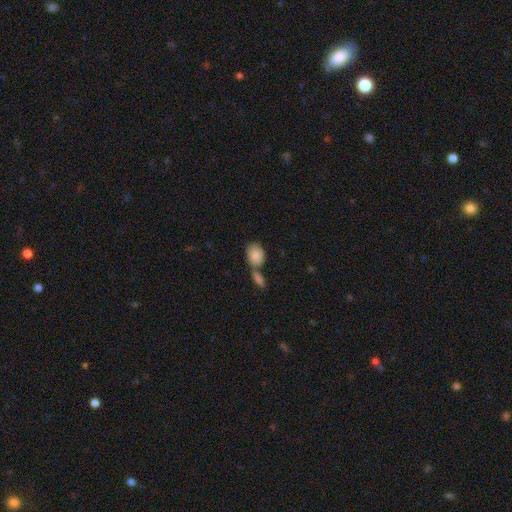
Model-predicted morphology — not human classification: smooth_or_featured: smooth (p=0.87) [alt: star or artifact p=0.07]
how_rounded: in between (p=0.65) [alt: round p=0.33]
merging: merger (p=0.44) [alt: none p=0.40]